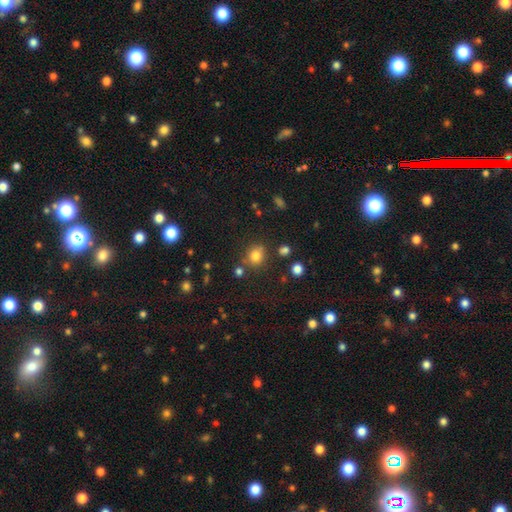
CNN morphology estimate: type=smooth (79%); roundness=round (74%); merging=none (75%).